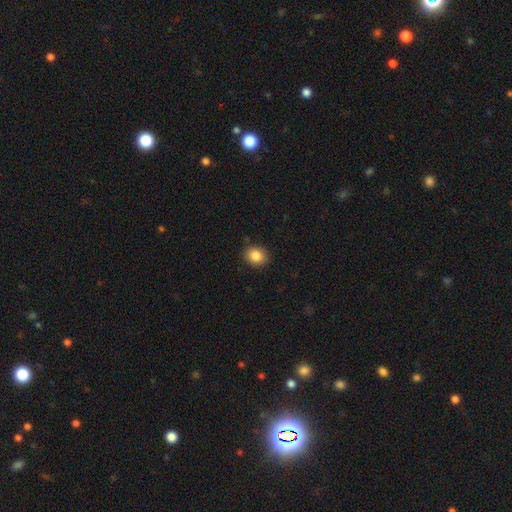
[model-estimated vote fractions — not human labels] This appears to be a smooth galaxy with no disk features (85%) that is round (56%). Merging: none (88%).